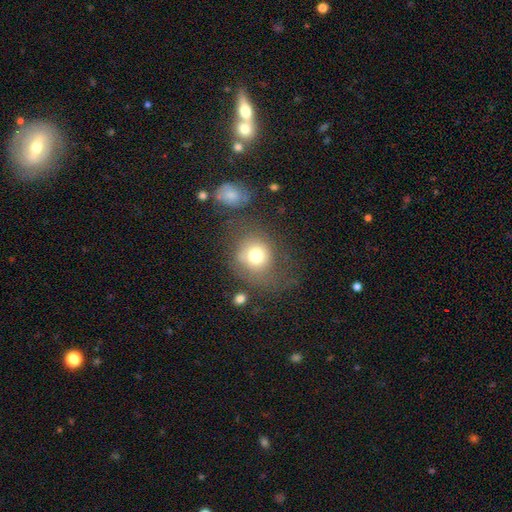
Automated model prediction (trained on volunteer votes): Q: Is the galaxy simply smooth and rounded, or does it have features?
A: smooth — 73%.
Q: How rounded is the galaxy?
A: round — 77%.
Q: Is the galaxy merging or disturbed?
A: none — 54%.